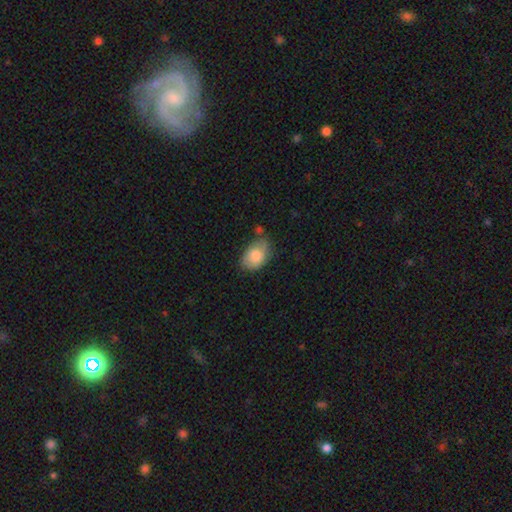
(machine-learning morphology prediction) This appears to be a smooth galaxy with no disk features (79%) that is in between round and cigar-shaped (86%). Merging: none (57%).